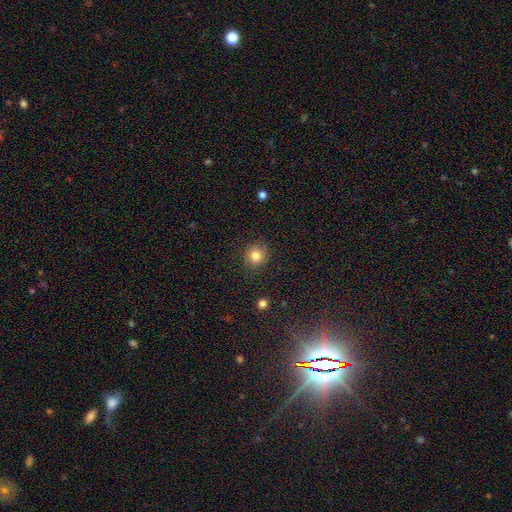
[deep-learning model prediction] smooth-or-featured: smooth: 82% | star or artifact: 11% | featured or disk: 6%
  how-rounded: round: 92% | in between: 7% | cigar-shaped: 1%
  merging: none: 89% | minor disturbance: 7% | major disturbance: 2% | merger: 1%